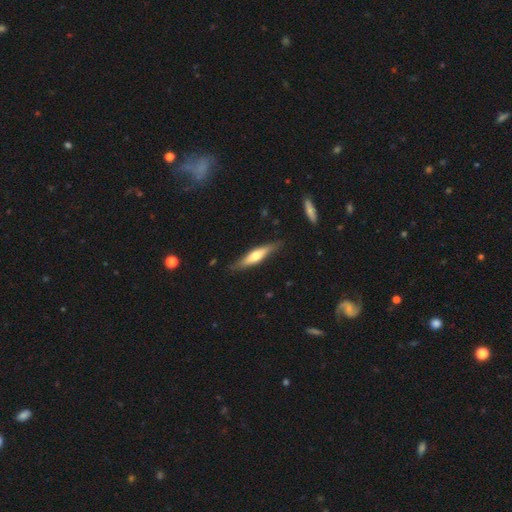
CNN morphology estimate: Smooth or featured? featured or disk (48%)
Merging? none (82%)